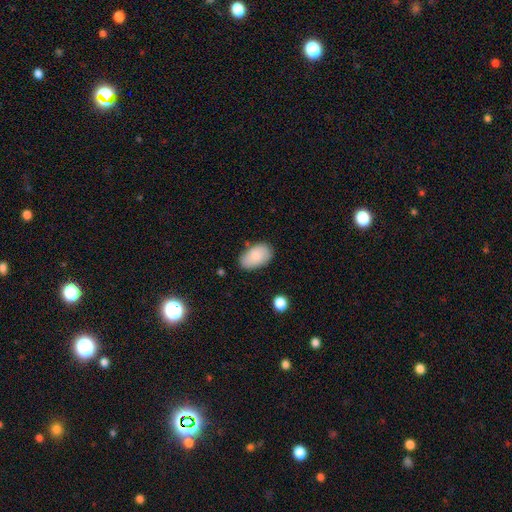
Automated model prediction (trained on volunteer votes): Morphology: type=smooth (86%); roundness=in between (93%); merging=none (77%).